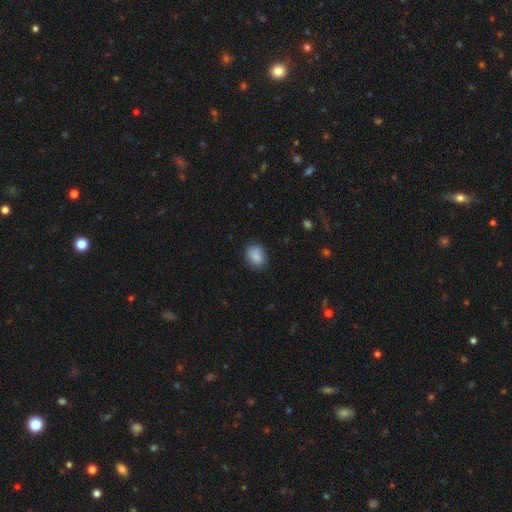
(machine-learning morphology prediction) Q: Smooth or featured?
A: smooth (85%); runner-up: star or artifact (8%)
Q: How rounded?
A: in between (68%); runner-up: round (31%)
Q: Merging?
A: none (75%); runner-up: minor disturbance (19%)